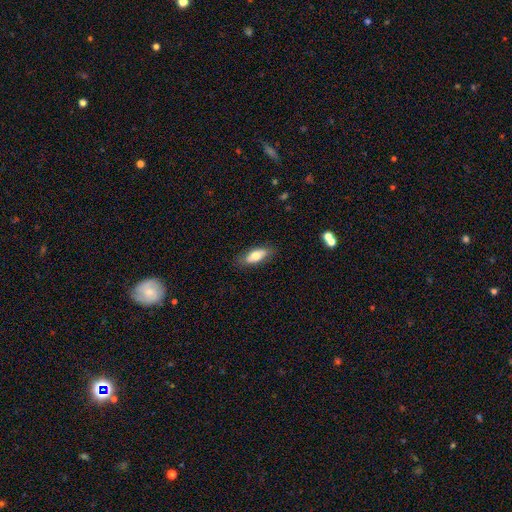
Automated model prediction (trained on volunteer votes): Morphology: type=smooth (69%); roundness=in between (71%); merging=none (84%).